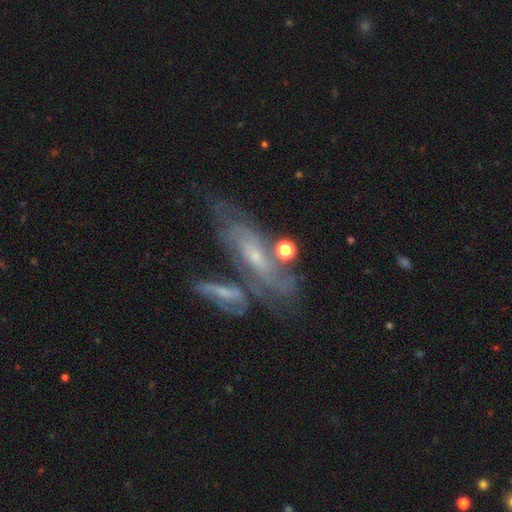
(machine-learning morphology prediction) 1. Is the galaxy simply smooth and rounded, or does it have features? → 73% featured or disk, 19% smooth, 8% star or artifact.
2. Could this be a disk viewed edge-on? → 79% no, 21% yes.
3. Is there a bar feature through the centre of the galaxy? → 61% no, 29% weak, 10% strong.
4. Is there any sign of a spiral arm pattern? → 79% yes, 21% no.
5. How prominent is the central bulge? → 69% small, 24% moderate, 4% none, 2% large, 1% dominant.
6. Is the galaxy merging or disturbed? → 44% none, 30% merger, 17% minor disturbance, 9% major disturbance.